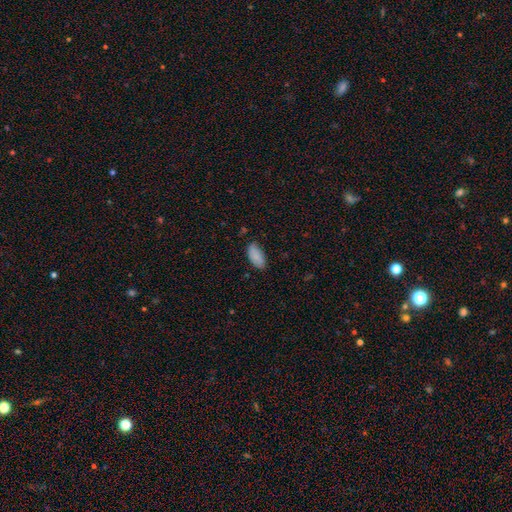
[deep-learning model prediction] Morphology: type=smooth (86%); roundness=in between (92%); merging=none (75%).